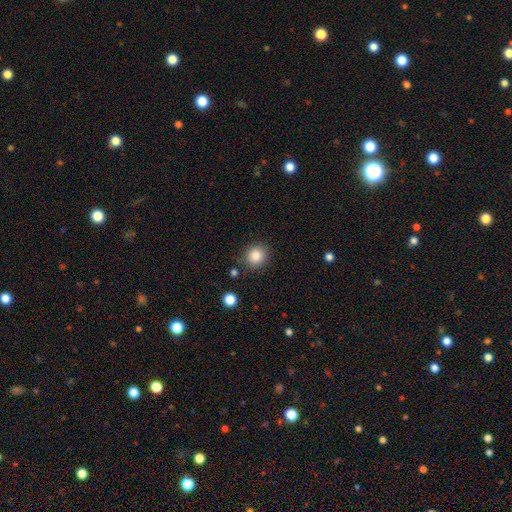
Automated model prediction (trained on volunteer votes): This is clearly a smooth galaxy (86%). How rounded: clearly round (88%). Merging: clearly none (84%).